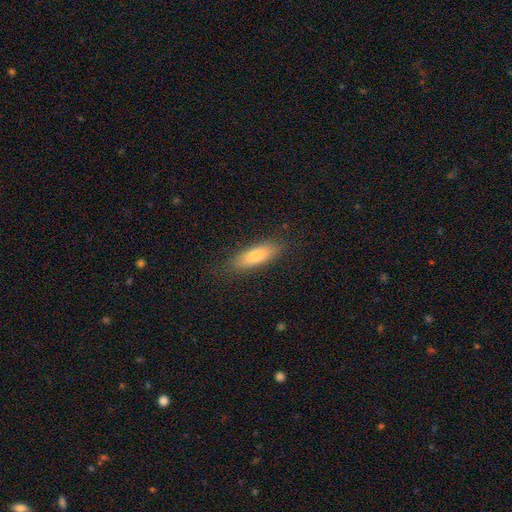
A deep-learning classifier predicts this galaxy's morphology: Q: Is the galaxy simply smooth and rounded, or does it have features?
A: smooth — 81%.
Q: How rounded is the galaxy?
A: in between — 61%.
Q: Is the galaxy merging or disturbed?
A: none — 82%.